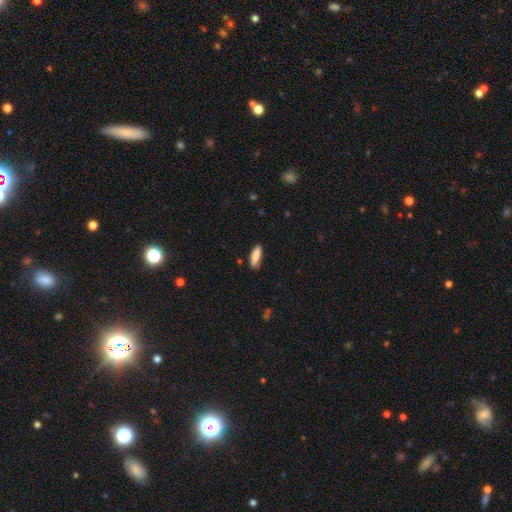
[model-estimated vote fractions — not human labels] A smooth galaxy with no disk features (86%) that is cigar-shaped (50%). Merging: none (83%).